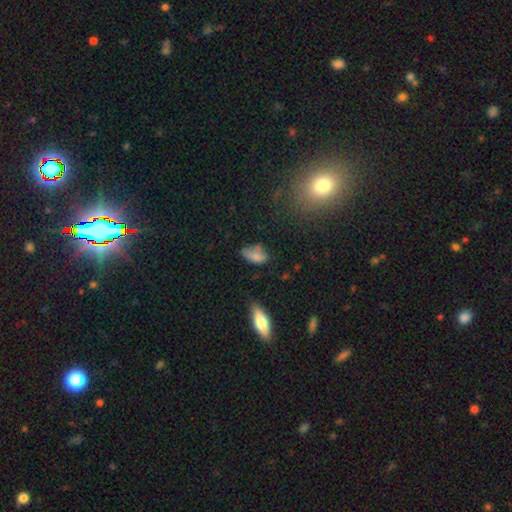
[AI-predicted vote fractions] Overall: smooth (76%). How rounded: in between (89%). Merging: none (41%; minor disturbance 36%).